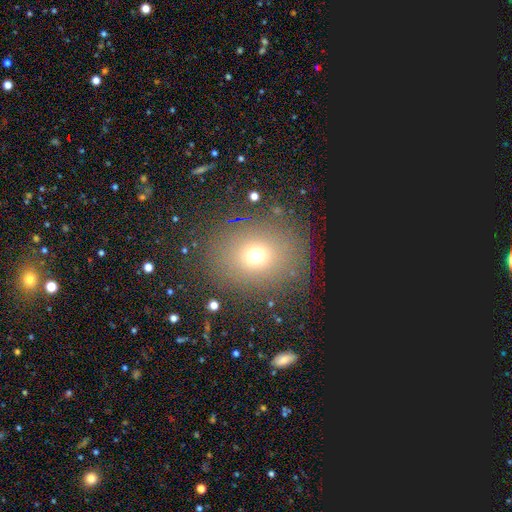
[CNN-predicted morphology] Overall: smooth (68%). How rounded: round (66%; in between 33%). Merging: none (83%).